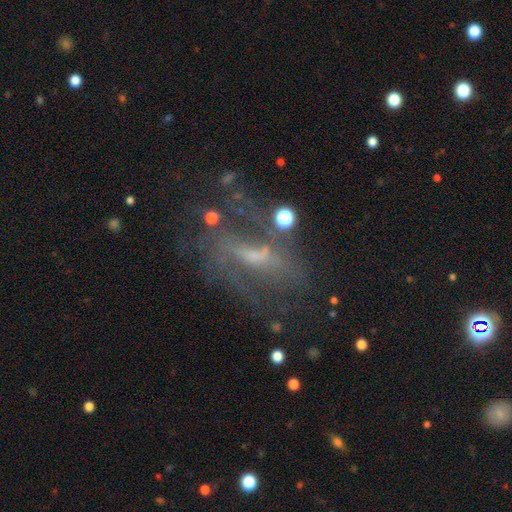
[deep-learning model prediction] smooth-or-featured: featured or disk: 71% | smooth: 16% | star or artifact: 13%
  disk-edge-on: no: 90% | yes: 10%
    bar: weak: 44% | strong: 28% | no: 27%
    has-spiral-arms: yes: 72% | no: 28%
    bulge-size: small: 51% | moderate: 27% | none: 18% | large: 3% | dominant: 1%
  merging: none: 54% | major disturbance: 21% | minor disturbance: 20% | merger: 6%